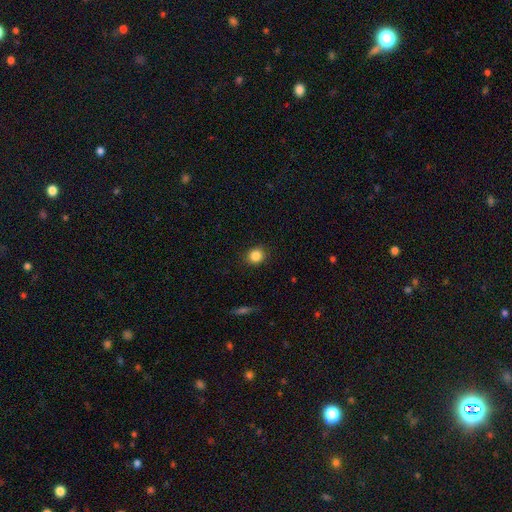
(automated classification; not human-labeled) The model was most divided on "how rounded": round: 80%, in between: 19%, cigar-shaped: 1%. More confident: merging — none (89%); smooth or featured — smooth (86%).